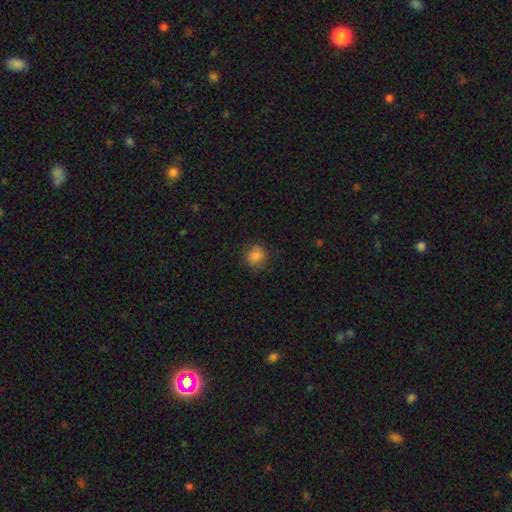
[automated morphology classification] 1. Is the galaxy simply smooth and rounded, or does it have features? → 85% smooth, 10% star or artifact, 5% featured or disk.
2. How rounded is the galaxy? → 83% round, 16% in between, 1% cigar-shaped.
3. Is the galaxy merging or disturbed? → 82% none, 13% minor disturbance, 4% major disturbance, 1% merger.